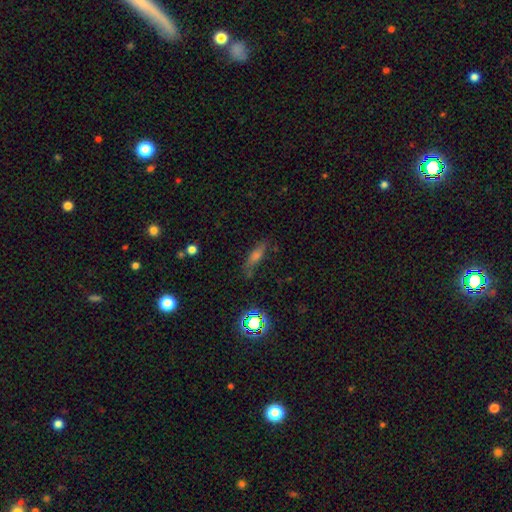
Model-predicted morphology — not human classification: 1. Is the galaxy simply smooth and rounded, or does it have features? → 45% smooth, 33% featured or disk, 22% star or artifact.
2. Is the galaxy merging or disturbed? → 73% none, 19% minor disturbance, 6% major disturbance, 3% merger.